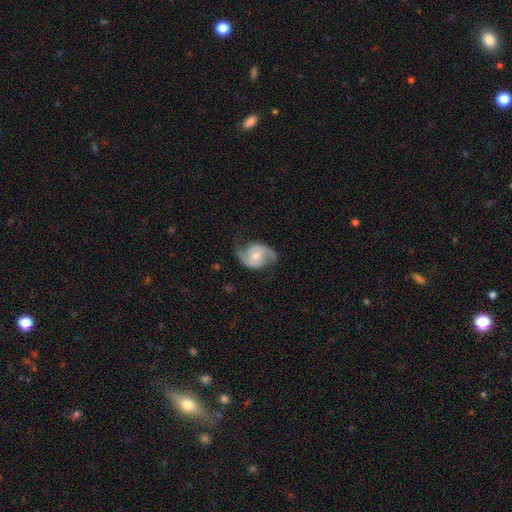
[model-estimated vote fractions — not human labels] Q: Smooth or featured?
A: featured or disk (80%); runner-up: smooth (14%)
Q: Edge-on disk?
A: no (97%); runner-up: yes (3%)
Q: Bar?
A: no (61%); runner-up: weak (32%)
Q: Spiral arms?
A: yes (94%); runner-up: no (6%)
Q: Spiral winding?
A: medium (46%); runner-up: loose (39%)
Q: Spiral arm count?
A: 2 (92%); runner-up: can't tell (3%)
Q: Bulge size?
A: moderate (52%); runner-up: small (40%)
Q: Merging?
A: none (73%); runner-up: minor disturbance (18%)